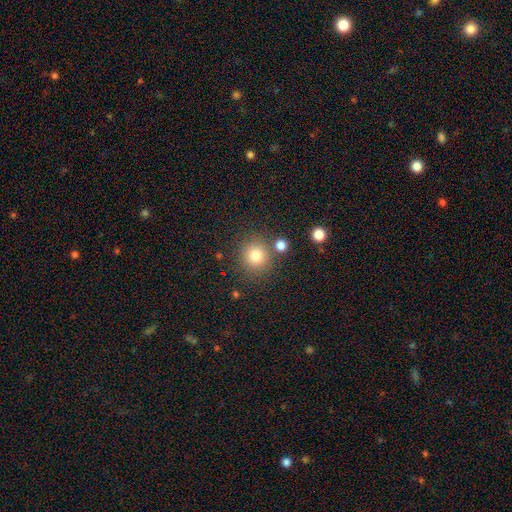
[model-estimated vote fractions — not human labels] Morphology: type=smooth (80%); roundness=round (90%); merging=none (79%).